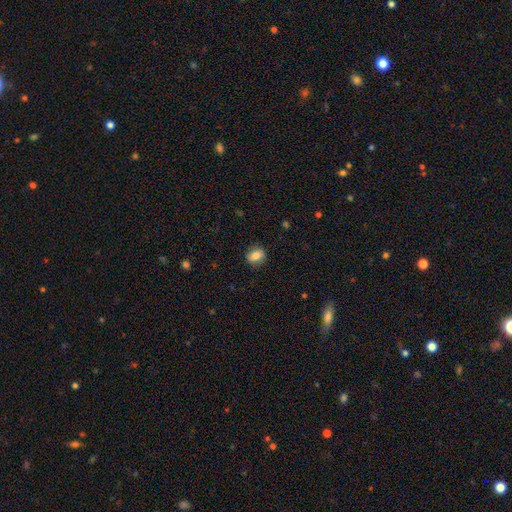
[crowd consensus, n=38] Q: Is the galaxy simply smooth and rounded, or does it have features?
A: smooth — 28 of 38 (74%).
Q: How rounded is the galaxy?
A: in between — 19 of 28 (68%).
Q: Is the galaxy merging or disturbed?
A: none — 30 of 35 (86%).